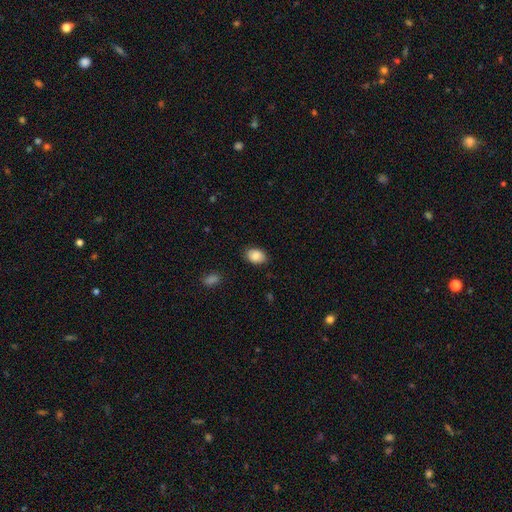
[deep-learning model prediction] This appears to be a smooth galaxy with no disk features (85%) that is in between round and cigar-shaped (81%). Merging: none (85%).